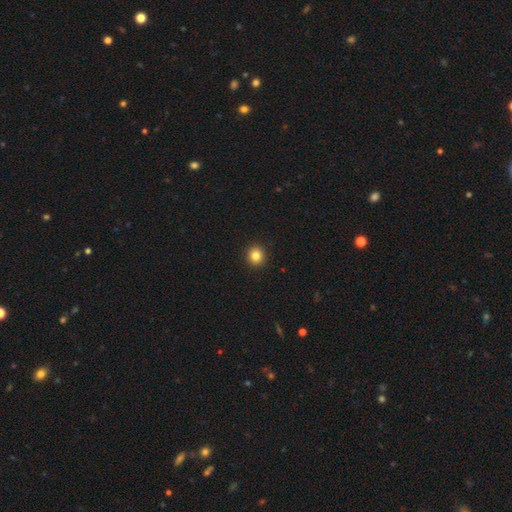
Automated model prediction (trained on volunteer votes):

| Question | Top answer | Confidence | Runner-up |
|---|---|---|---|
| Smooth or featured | smooth | 83% | star or artifact (11%) |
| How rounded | round | 89% | in between (10%) |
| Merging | none | 93% | minor disturbance (4%) |